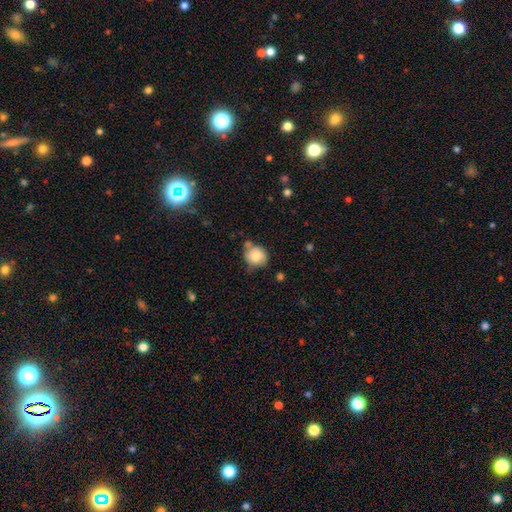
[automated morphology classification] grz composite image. It shows a smooth galaxy with no disk features (72%) that is round (75%). Merging: none (51%).